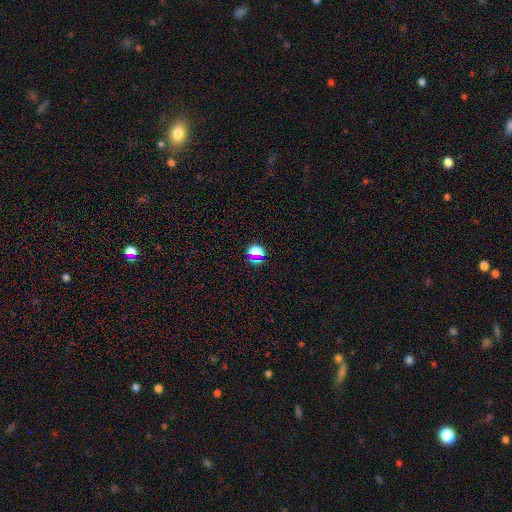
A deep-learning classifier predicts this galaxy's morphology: This is possibly a smooth galaxy (47%). Merging: likely none (78%).